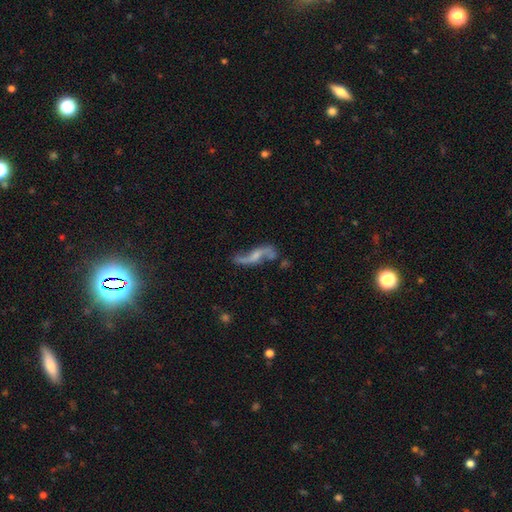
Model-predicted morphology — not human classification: type=featured or disk (79%); edge-on=no (86%); bar=no (49%); spiral arms=yes (90%); winding=loose (89%); arm count=2 (91%); bulge=small (44%); merging=none (57%).